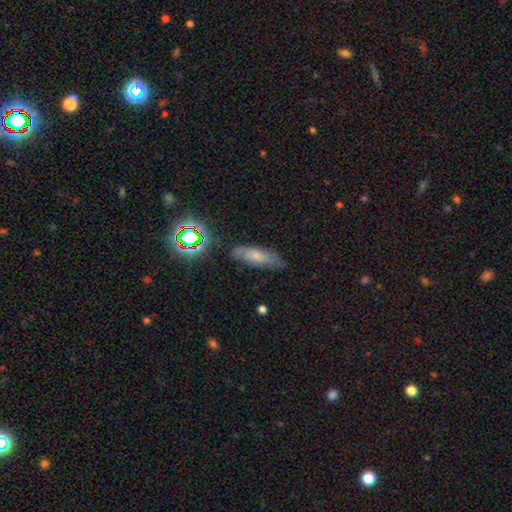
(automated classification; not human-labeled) Morphology: type=smooth (59%); roundness=in between (57%); merging=none (72%).